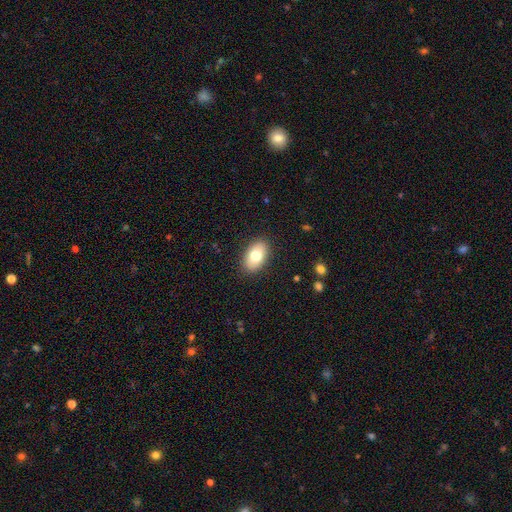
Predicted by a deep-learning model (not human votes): smooth_or_featured: smooth (p=0.77) [alt: featured or disk p=0.16]
how_rounded: in between (p=0.92) [alt: round p=0.06]
merging: none (p=0.88) [alt: minor disturbance p=0.09]